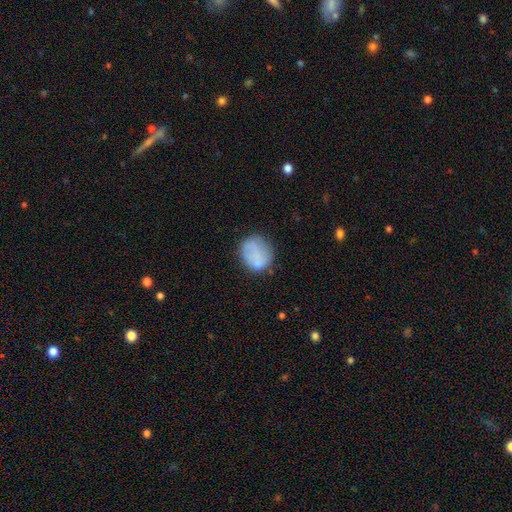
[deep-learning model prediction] smooth_or_featured: smooth (p=0.71) [alt: featured or disk p=0.20]
how_rounded: round (p=0.66) [alt: in between p=0.33]
merging: none (p=0.62) [alt: minor disturbance p=0.24]